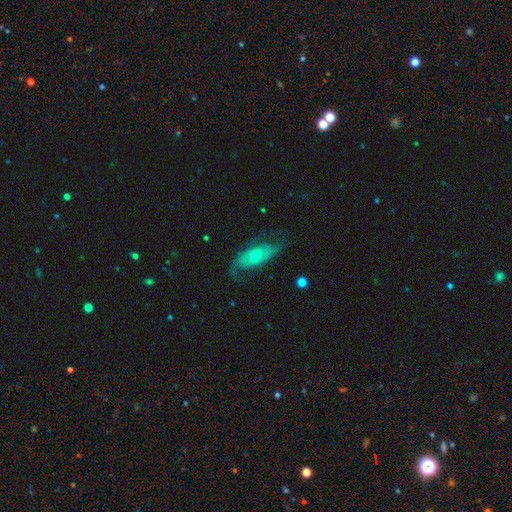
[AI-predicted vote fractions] This is likely a featured or disk galaxy (68%). It is clearly not viewed edge-on (89%). Bar: likely no (68%). Spiral arm pattern: clearly yes (84%). Spiral arm count: likely 2 (78%). Spiral winding: marginally loose (44%). Central bulge: possibly small (57%). Merging: likely none (60%).